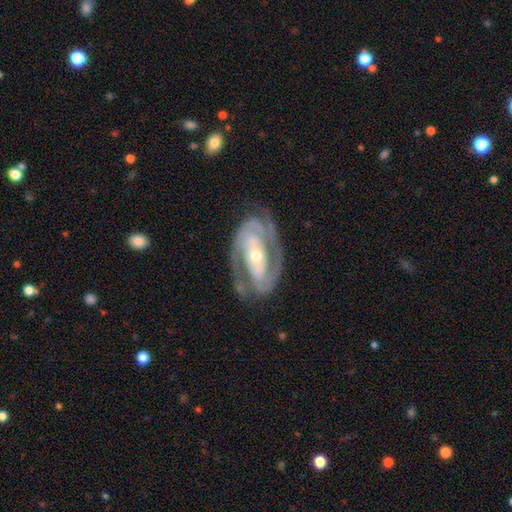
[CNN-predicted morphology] Q: Smooth or featured?
A: featured or disk (89%); runner-up: smooth (6%)
Q: Edge-on disk?
A: no (95%); runner-up: yes (5%)
Q: Bar?
A: strong (42%); runner-up: no (33%)
Q: Spiral arms?
A: yes (94%); runner-up: no (6%)
Q: Spiral winding?
A: tight (55%); runner-up: medium (36%)
Q: Spiral arm count?
A: 2 (85%); runner-up: can't tell (7%)
Q: Bulge size?
A: small (49%); runner-up: moderate (46%)
Q: Merging?
A: none (75%); runner-up: minor disturbance (15%)